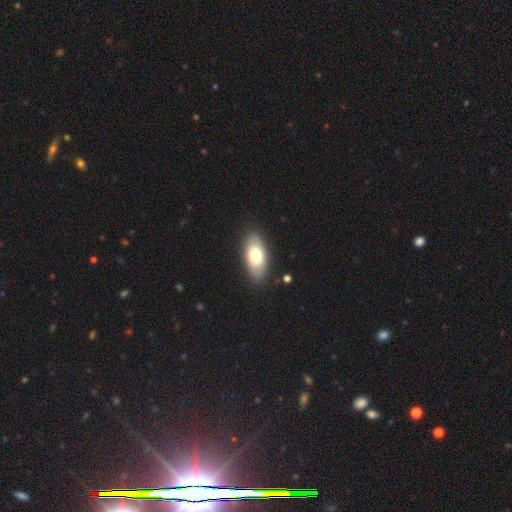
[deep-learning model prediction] This appears to be a smooth galaxy with no disk features (73%) that is in between round and cigar-shaped (90%). Merging: none (84%).